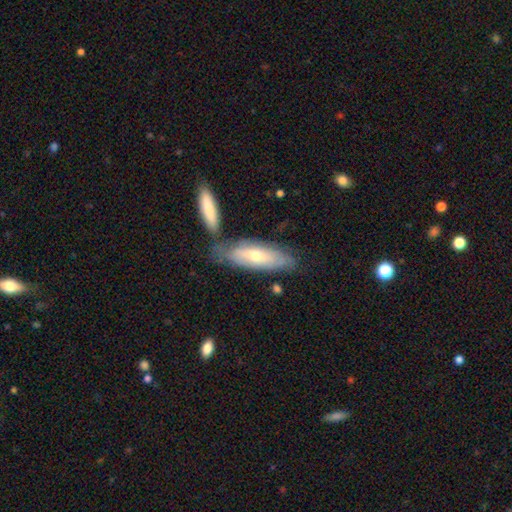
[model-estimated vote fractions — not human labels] This appears to be a smooth galaxy with no disk features (52%) that is in between round and cigar-shaped (49%, tied with cigar-shaped). Merging: none (60%).